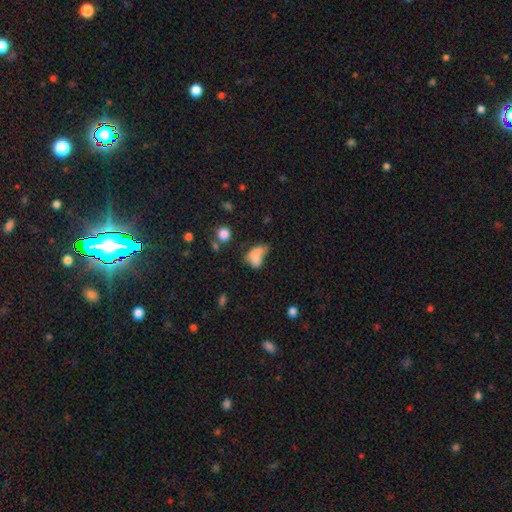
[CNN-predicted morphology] smooth_or_featured: smooth (p=0.72) [alt: featured or disk p=0.15]
how_rounded: in between (p=0.83) [alt: round p=0.14]
merging: major disturbance (p=0.32) [alt: minor disturbance p=0.28]